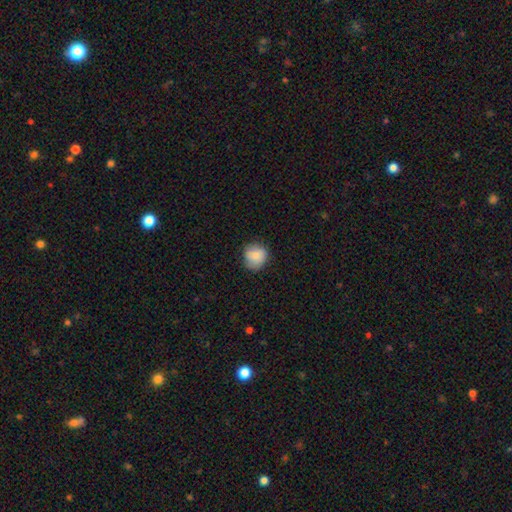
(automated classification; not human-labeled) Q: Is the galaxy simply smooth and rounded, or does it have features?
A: smooth — 80%.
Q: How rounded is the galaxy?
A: round — 86%.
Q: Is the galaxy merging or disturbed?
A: none — 78%.